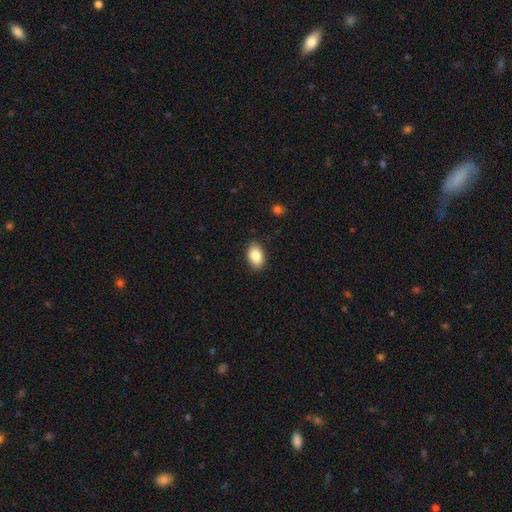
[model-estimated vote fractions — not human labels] This appears to be a smooth galaxy with no disk features (86%) that is in between round and cigar-shaped (90%). Merging: none (88%).